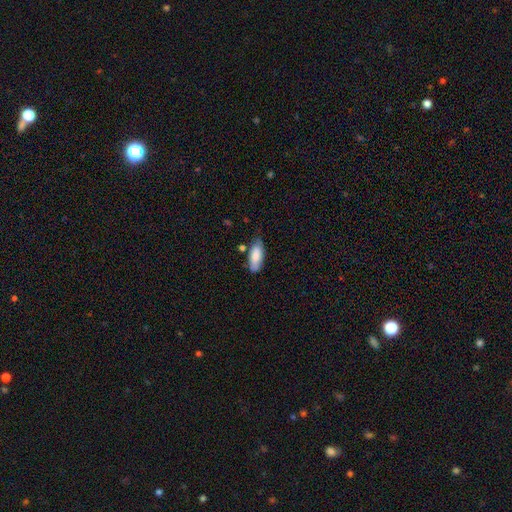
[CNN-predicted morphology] Smooth or featured? smooth (80%)
How rounded? in between (81%)
Merging? none (61%)